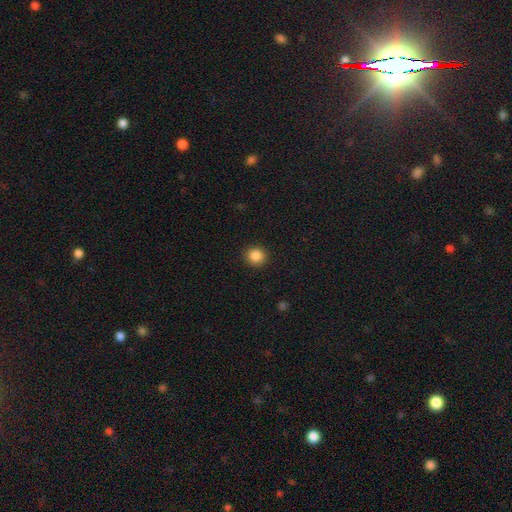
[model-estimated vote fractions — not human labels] Smooth or featured? smooth (86%)
How rounded? round (92%)
Merging? none (92%)